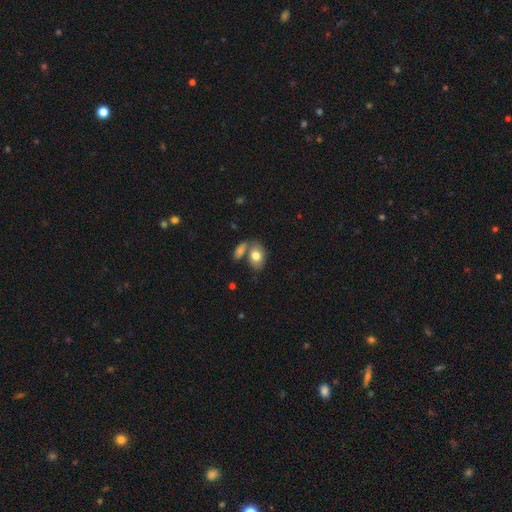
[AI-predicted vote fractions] Smooth or featured?
  - smooth: 78% *
  - featured or disk: 14%
  - star or artifact: 7%
How rounded?
  - in between: 81% *
  - round: 17%
  - cigar-shaped: 2%
Merging?
  - none: 50% *
  - merger: 33%
  - minor disturbance: 13%
  - major disturbance: 4%